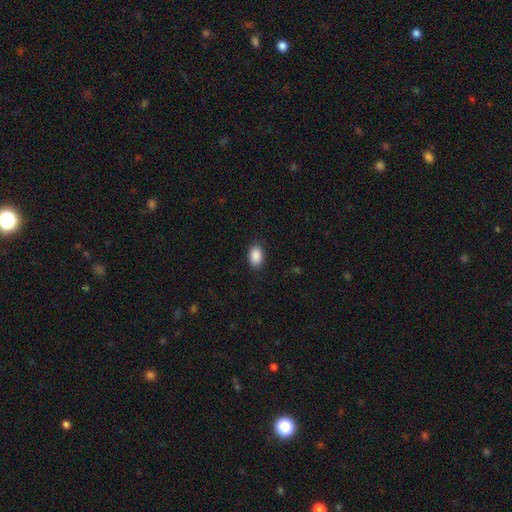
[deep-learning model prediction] smooth 90%, star or artifact 7%, featured or disk 3%. Down the decision tree: how rounded — in between (89%); merging — none (87%).